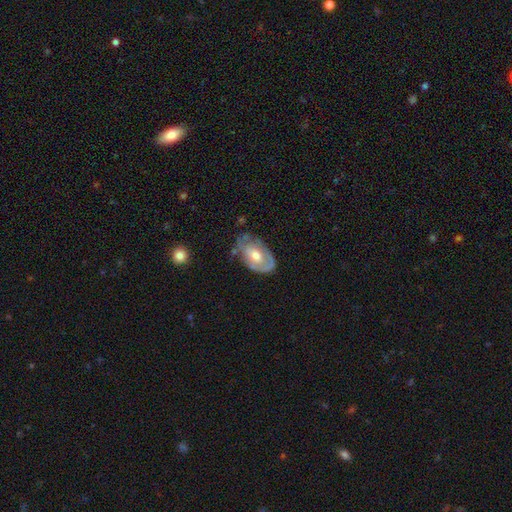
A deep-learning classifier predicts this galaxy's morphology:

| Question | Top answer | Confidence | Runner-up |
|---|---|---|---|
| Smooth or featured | featured or disk | 62% | smooth (32%) |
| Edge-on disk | no | 93% | yes (7%) |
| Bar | no | 77% | weak (19%) |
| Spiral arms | yes | 58% | no (42%) |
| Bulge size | moderate | 70% | small (17%) |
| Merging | none | 58% | minor disturbance (29%) |